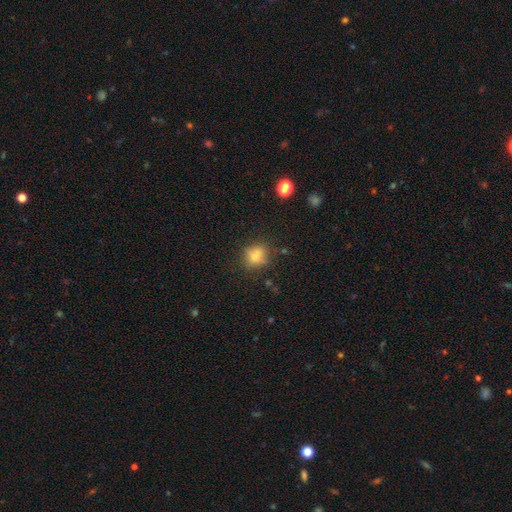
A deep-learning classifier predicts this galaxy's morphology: This is likely a smooth galaxy (74%). How rounded: likely round (70%). Merging: likely none (73%).